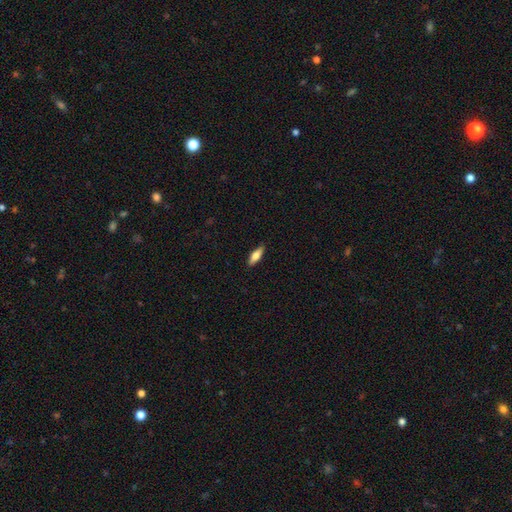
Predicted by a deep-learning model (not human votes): Smooth or featured: smooth — 69% (featured or disk — 25%)
How rounded: in between — 58% (cigar-shaped — 39%)
Merging: none — 89% (minor disturbance — 9%)